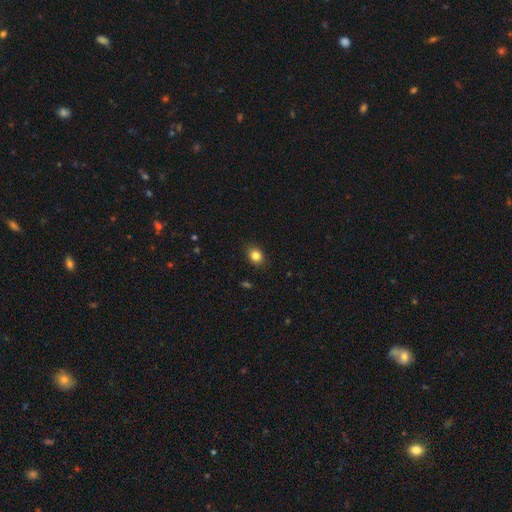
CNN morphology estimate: This appears to be a smooth galaxy with no disk features (84%) that is round (50%). Merging: none (86%).